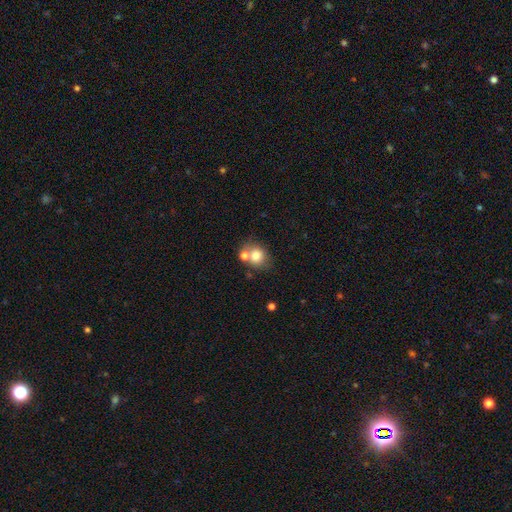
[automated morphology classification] A smooth galaxy with no disk features (77%) that is round (68%).

Vote fractions:
- Smooth or featured? smooth: 77% / featured or disk: 13% / star or artifact: 11%
- How rounded? round: 68% / in between: 31% / cigar-shaped: 1%
- Merging? none: 53% / merger: 31% / minor disturbance: 11% / major disturbance: 4%